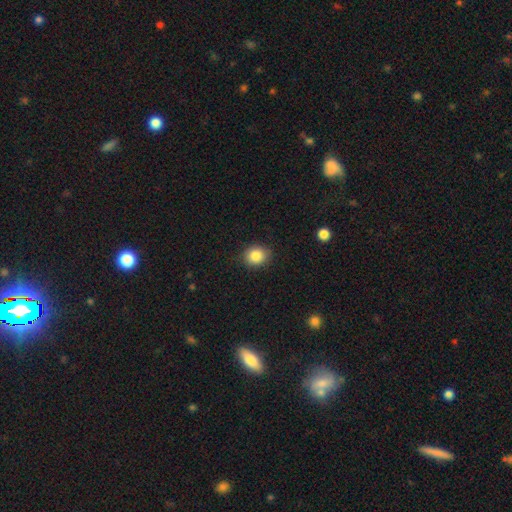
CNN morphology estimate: Q: Smooth or featured?
A: smooth (85%); runner-up: star or artifact (10%)
Q: How rounded?
A: round (68%); runner-up: in between (31%)
Q: Merging?
A: none (87%); runner-up: minor disturbance (9%)